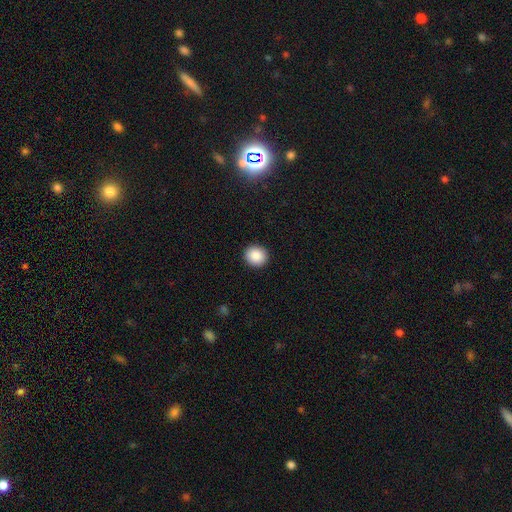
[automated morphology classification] This appears to be a smooth galaxy with no disk features (88%) that is round (86%). Merging: none (92%).